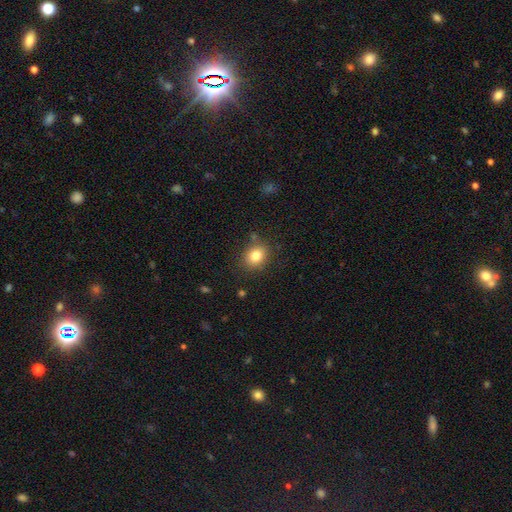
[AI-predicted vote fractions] A smooth galaxy with no disk features (81%) that is round (61%).

Vote fractions:
- Smooth or featured? smooth: 81% / star or artifact: 11% / featured or disk: 8%
- How rounded? round: 61% / in between: 38% / cigar-shaped: 1%
- Merging? none: 82% / minor disturbance: 12% / major disturbance: 3% / merger: 3%